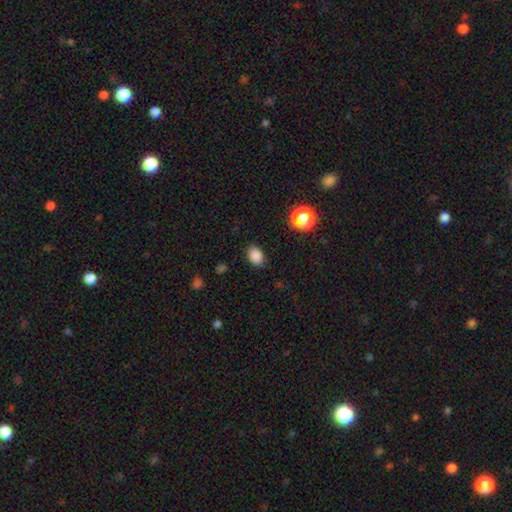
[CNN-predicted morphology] smooth-or-featured: smooth: 86% | star or artifact: 10% | featured or disk: 3%
  how-rounded: in between: 69% | round: 30% | cigar-shaped: 1%
  merging: none: 87% | minor disturbance: 9% | major disturbance: 3% | merger: 1%